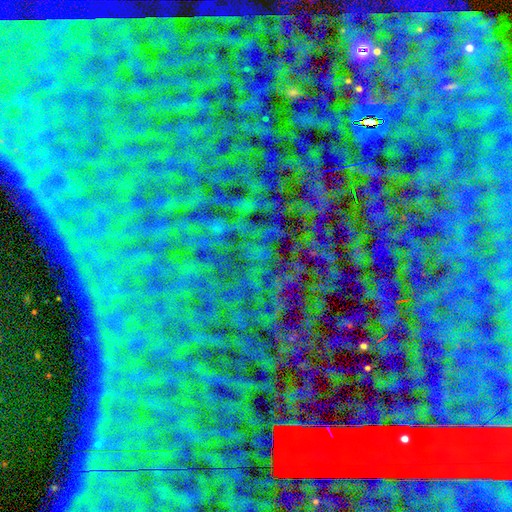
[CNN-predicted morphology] star or artifact 84%, smooth 8%, featured or disk 8%.